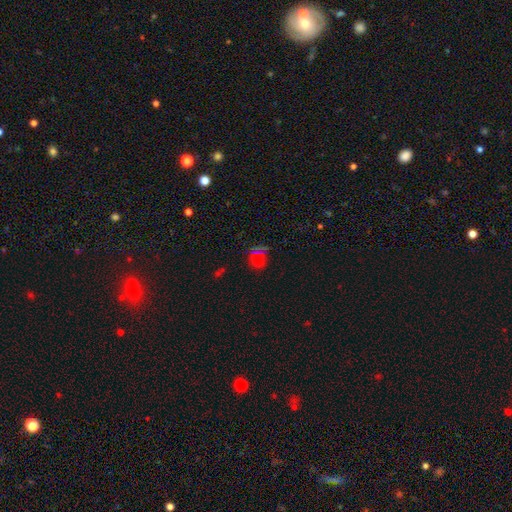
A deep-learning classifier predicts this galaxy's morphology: Smooth or featured?
  - smooth: 56% *
  - star or artifact: 34%
  - featured or disk: 10%
How rounded?
  - round: 63% *
  - in between: 35%
  - cigar-shaped: 2%
Merging?
  - none: 57% *
  - minor disturbance: 18%
  - merger: 13%
  - major disturbance: 11%